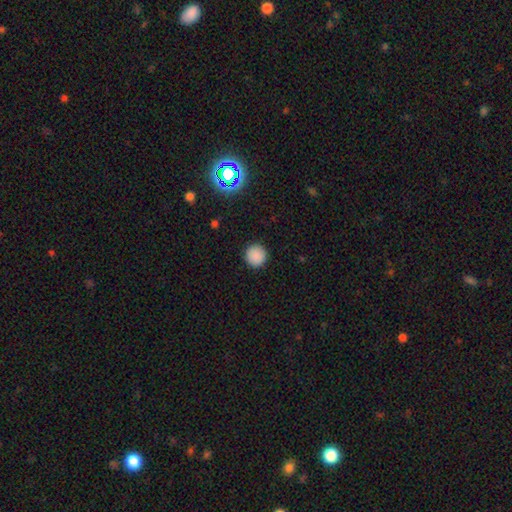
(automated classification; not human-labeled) Q: Smooth or featured?
A: smooth (88%); runner-up: star or artifact (9%)
Q: How rounded?
A: round (95%); runner-up: in between (4%)
Q: Merging?
A: none (92%); runner-up: minor disturbance (5%)